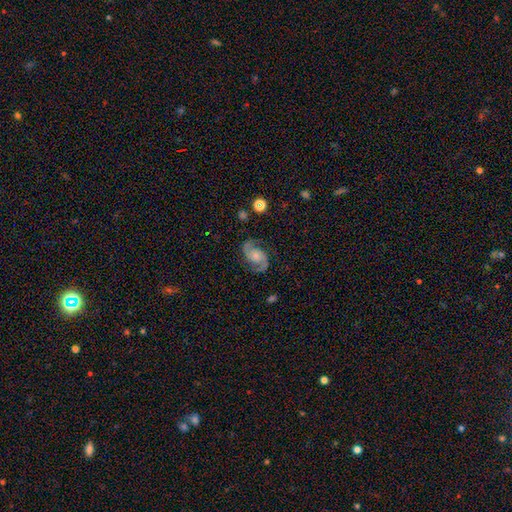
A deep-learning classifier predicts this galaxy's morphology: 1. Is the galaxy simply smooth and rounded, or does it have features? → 89% featured or disk, 6% star or artifact, 5% smooth.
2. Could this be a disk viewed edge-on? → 98% no, 2% yes.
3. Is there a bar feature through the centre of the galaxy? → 67% no, 27% weak, 6% strong.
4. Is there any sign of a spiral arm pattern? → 98% yes, 2% no.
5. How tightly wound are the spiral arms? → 57% medium, 26% loose, 17% tight.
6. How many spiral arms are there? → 94% 2, 2% can't tell, 1% 1, 1% 3, 1% 4, 1% more than 4.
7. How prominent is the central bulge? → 44% small, 35% moderate, 12% none, 7% large, 2% dominant.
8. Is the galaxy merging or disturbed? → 81% none, 13% minor disturbance, 5% major disturbance, 1% merger.